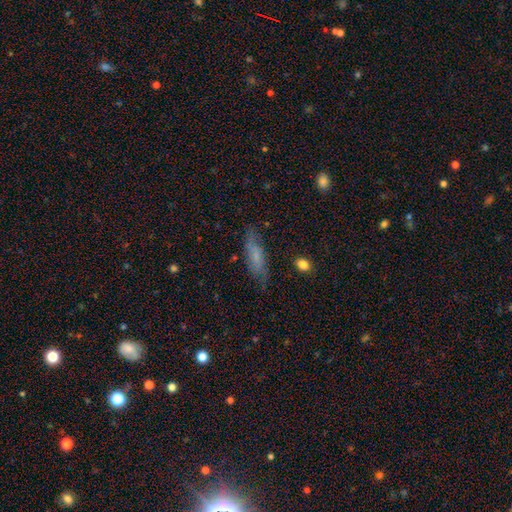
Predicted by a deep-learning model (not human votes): A smooth galaxy with no disk features (55%) that is cigar-shaped (50%).

Vote fractions:
- Smooth or featured? smooth: 55% / featured or disk: 36% / star or artifact: 9%
- How rounded? cigar-shaped: 50% / in between: 47% / round: 3%
- Merging? none: 71% / minor disturbance: 20% / major disturbance: 6% / merger: 2%